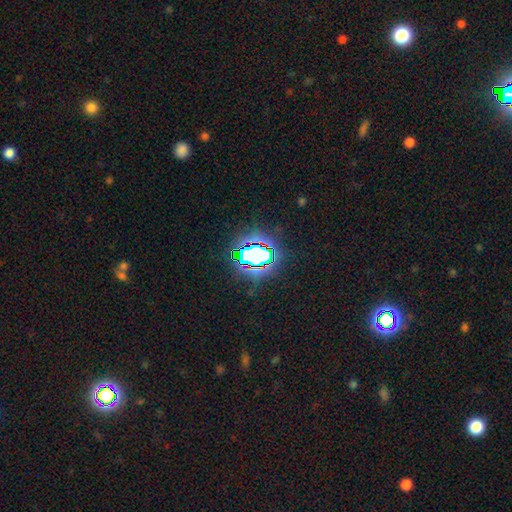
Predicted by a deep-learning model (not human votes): This appears to be a star or artifact, not a galaxy (63%).